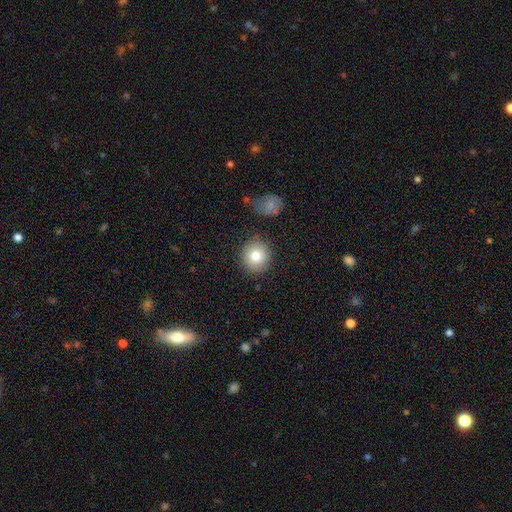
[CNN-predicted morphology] The model was most divided on "smooth or featured": smooth: 79%, featured or disk: 11%, star or artifact: 10%. More confident: how rounded — round (93%); merging — none (87%).